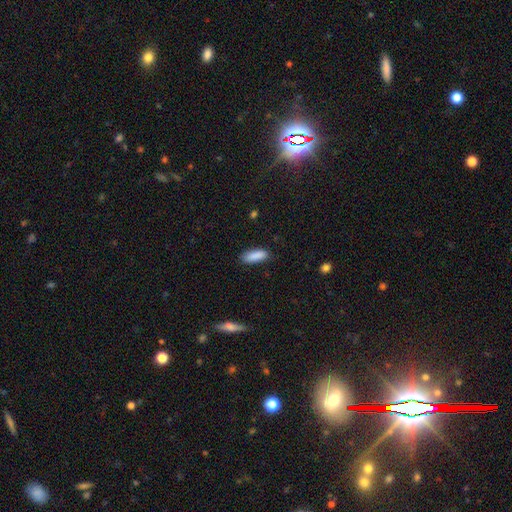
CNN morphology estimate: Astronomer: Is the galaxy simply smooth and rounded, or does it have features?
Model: smooth — 89%.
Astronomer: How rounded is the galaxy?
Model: in between — 62% (runner-up: cigar-shaped, 37%).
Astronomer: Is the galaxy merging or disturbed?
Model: none — 83%.